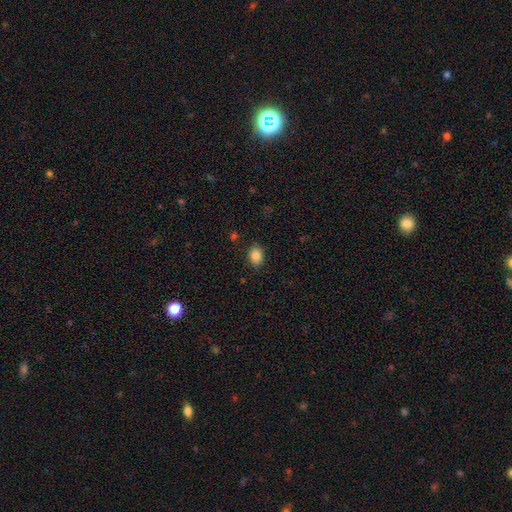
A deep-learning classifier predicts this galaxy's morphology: A smooth galaxy with no disk features (86%) that is in between round and cigar-shaped (74%).

Vote fractions:
- Smooth or featured? smooth: 86% / star or artifact: 9% / featured or disk: 5%
- How rounded? in between: 74% / round: 25% / cigar-shaped: 1%
- Merging? none: 87% / minor disturbance: 10% / major disturbance: 2% / merger: 1%